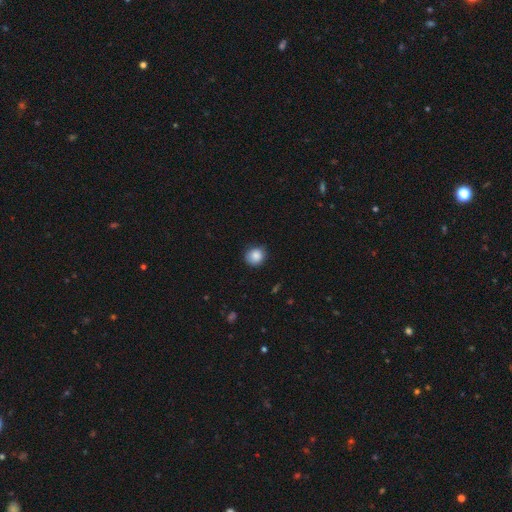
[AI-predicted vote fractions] Smooth or featured: smooth — 86% (star or artifact — 9%)
How rounded: round — 83% (in between — 16%)
Merging: none — 79% (minor disturbance — 17%)